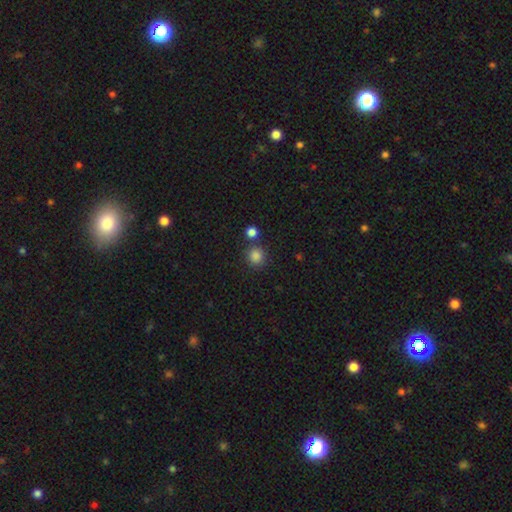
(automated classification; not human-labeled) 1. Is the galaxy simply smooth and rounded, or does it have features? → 85% smooth, 11% star or artifact, 4% featured or disk.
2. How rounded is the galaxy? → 89% round, 10% in between, 1% cigar-shaped.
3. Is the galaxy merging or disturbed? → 77% none, 12% merger, 8% minor disturbance, 3% major disturbance.